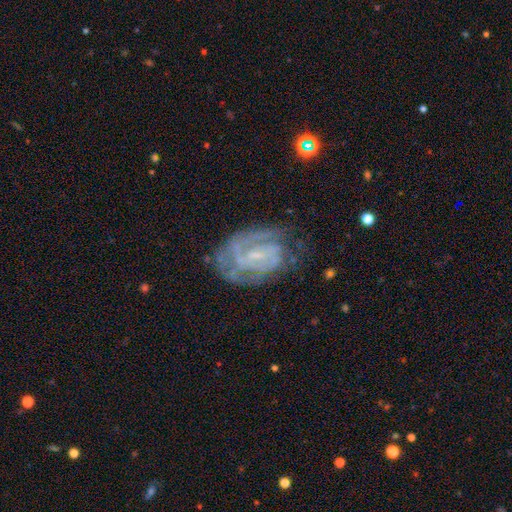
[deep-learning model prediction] Smooth or featured? Predicted: featured or disk (p=0.82). Edge-on disk? Predicted: no (p=0.97). Bar? Predicted: weak (p=0.47). Spiral arms? Predicted: yes (p=0.90). Spiral winding? Predicted: tight (p=0.58). Spiral arm count? Predicted: 2 (p=0.38). Bulge size? Predicted: small (p=0.67). Merging? Predicted: none (p=0.62).